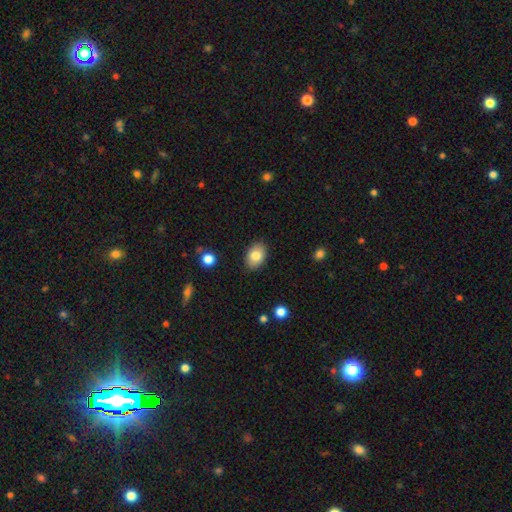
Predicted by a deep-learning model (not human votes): Smooth or featured? Predicted: smooth (p=0.81). How rounded? Predicted: in between (p=0.83). Merging? Predicted: none (p=0.87).